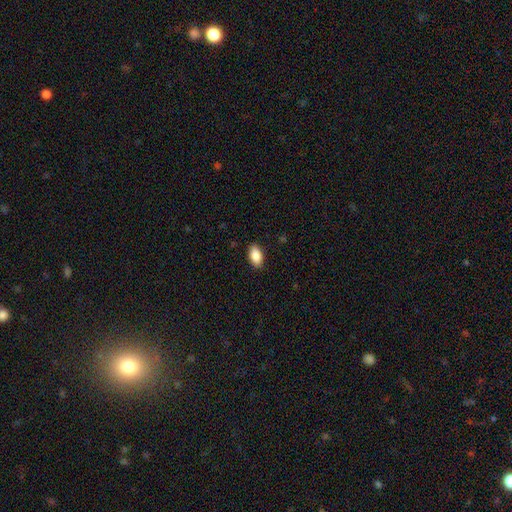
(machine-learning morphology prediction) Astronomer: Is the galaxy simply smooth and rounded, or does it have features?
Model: smooth — 88%.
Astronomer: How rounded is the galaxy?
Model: in between — 93%.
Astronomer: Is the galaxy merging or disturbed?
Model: none — 89%.